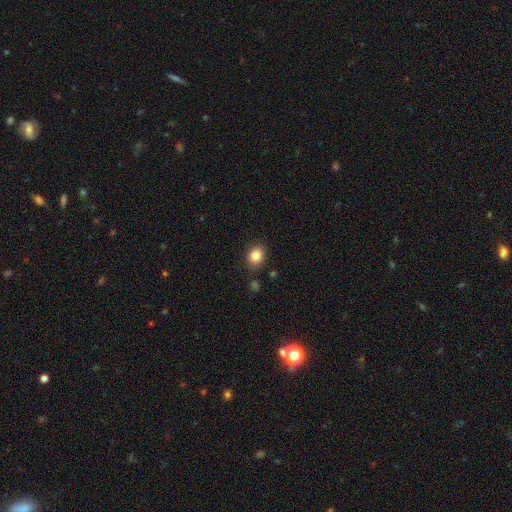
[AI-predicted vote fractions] smooth-or-featured: smooth: 84% | star or artifact: 10% | featured or disk: 6%
  how-rounded: round: 54% | in between: 45% | cigar-shaped: 1%
  merging: none: 83% | minor disturbance: 11% | merger: 3% | major disturbance: 3%